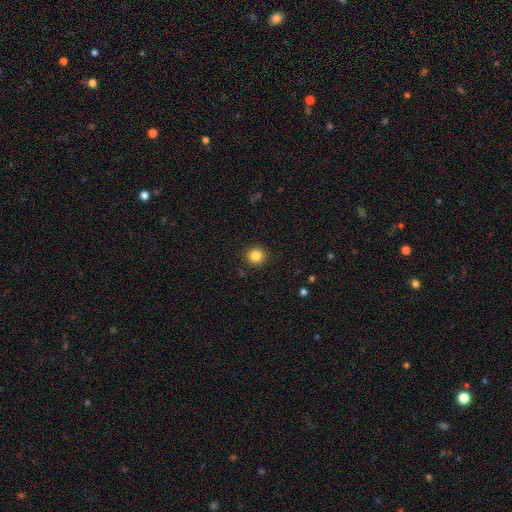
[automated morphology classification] smooth 84%, star or artifact 11%, featured or disk 5%. Down the decision tree: how rounded — round (92%); merging — none (91%).